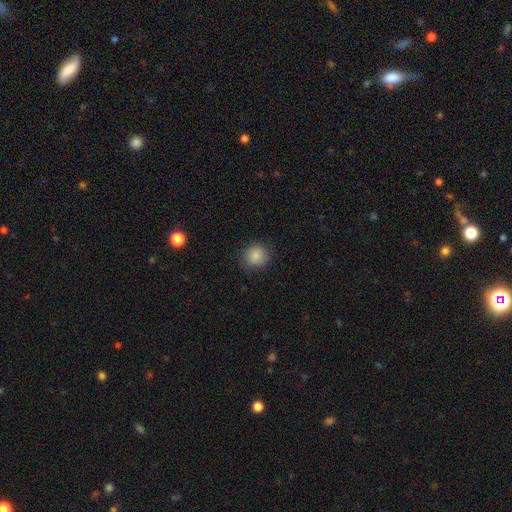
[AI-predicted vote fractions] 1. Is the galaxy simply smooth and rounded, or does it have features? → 85% smooth, 9% star or artifact, 5% featured or disk.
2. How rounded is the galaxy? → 88% round, 11% in between, 1% cigar-shaped.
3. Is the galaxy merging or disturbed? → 86% none, 10% minor disturbance, 3% major disturbance, 1% merger.